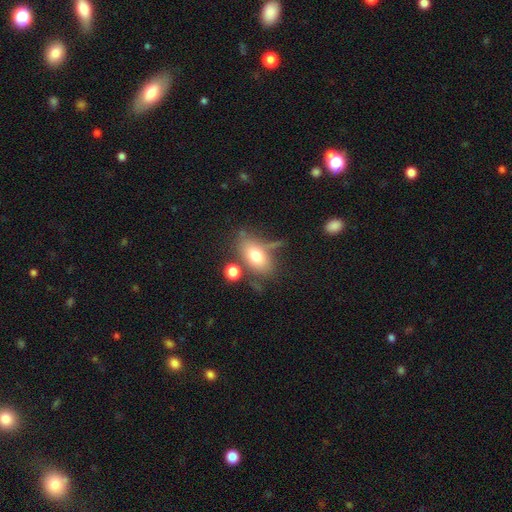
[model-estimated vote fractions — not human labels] smooth-or-featured: smooth: 70% | featured or disk: 21% | star or artifact: 9%
  how-rounded: in between: 86% | round: 9% | cigar-shaped: 5%
  merging: none: 57% | minor disturbance: 20% | merger: 13% | major disturbance: 10%